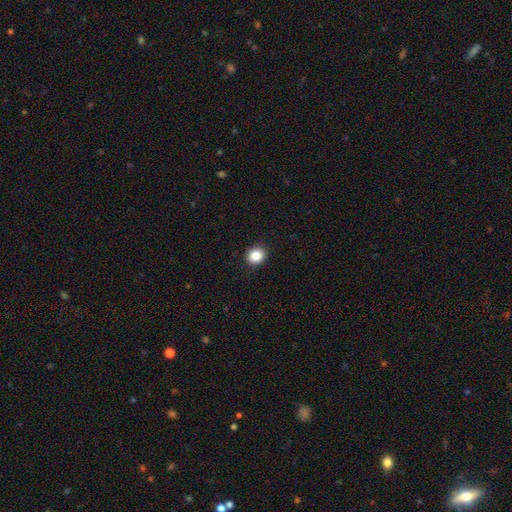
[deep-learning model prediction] smooth_or_featured: smooth (p=0.86) [alt: star or artifact p=0.10]
how_rounded: round (p=0.78) [alt: in between p=0.21]
merging: none (p=0.91) [alt: minor disturbance p=0.06]